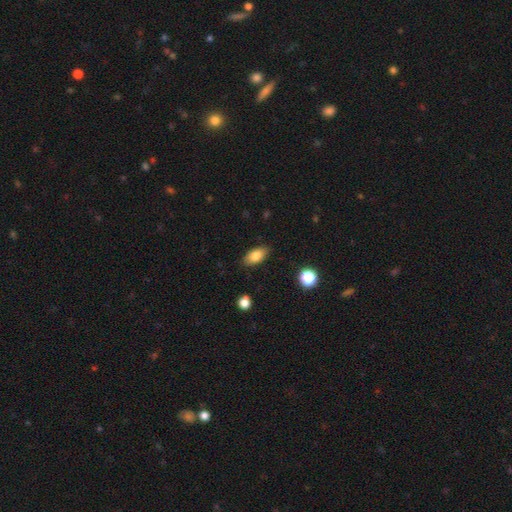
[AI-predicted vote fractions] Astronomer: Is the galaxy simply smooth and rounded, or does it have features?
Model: smooth — 81%.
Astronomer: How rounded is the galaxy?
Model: in between — 90%.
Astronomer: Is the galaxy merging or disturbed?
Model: none — 86%.